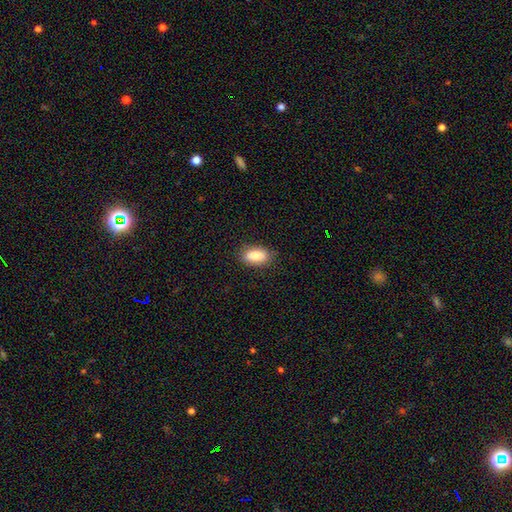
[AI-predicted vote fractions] Smooth or featured? Predicted: smooth (p=0.87). How rounded? Predicted: in between (p=0.91). Merging? Predicted: none (p=0.84).